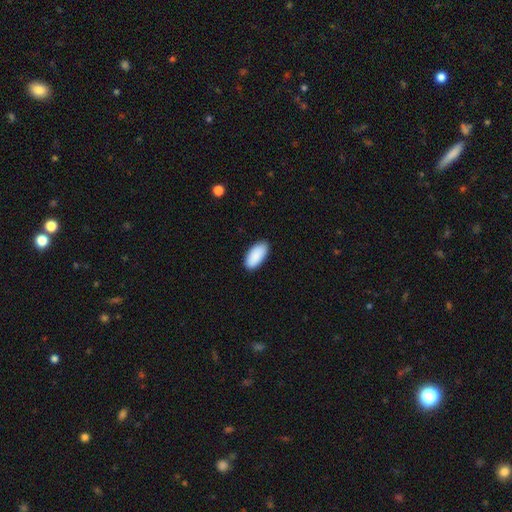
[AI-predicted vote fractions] A smooth galaxy with no disk features (91%) that is in between round and cigar-shaped (94%).

Vote fractions:
- Smooth or featured? smooth: 91% / star or artifact: 6% / featured or disk: 4%
- How rounded? in between: 94% / cigar-shaped: 4% / round: 2%
- Merging? none: 88% / minor disturbance: 9% / major disturbance: 2% / merger: 1%